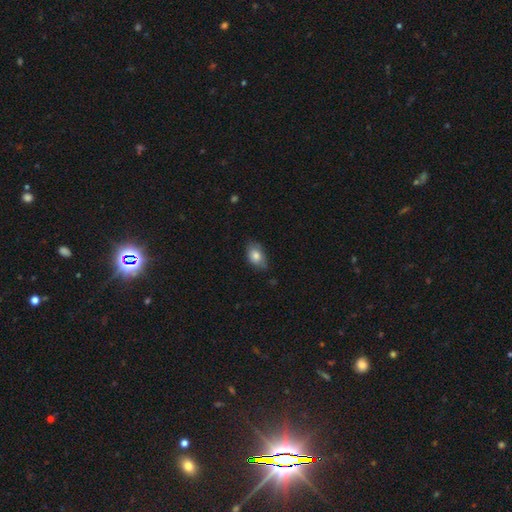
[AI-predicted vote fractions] smooth 81%, featured or disk 11%, star or artifact 7%. Down the decision tree: how rounded — in between (87%); merging — none (71%).